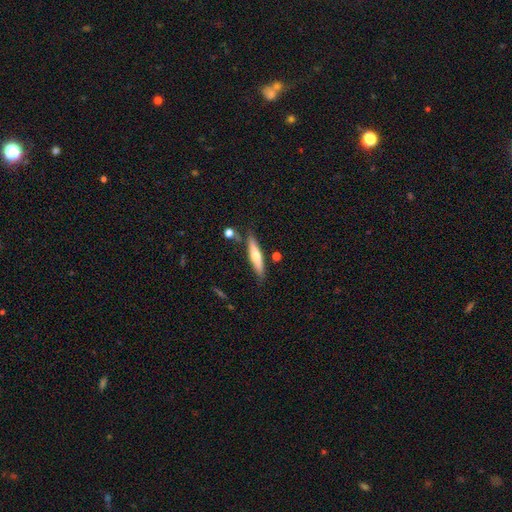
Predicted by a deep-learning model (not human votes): smooth-or-featured: smooth: 47% (tied) | featured or disk: 47% (tied) | star or artifact: 6%
  merging: none: 79% | minor disturbance: 13% | merger: 5% | major disturbance: 3%